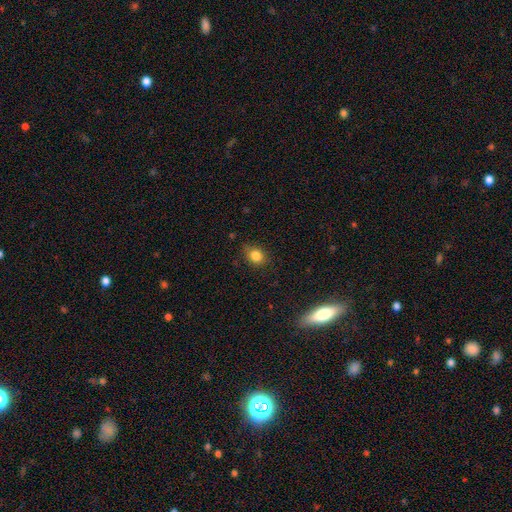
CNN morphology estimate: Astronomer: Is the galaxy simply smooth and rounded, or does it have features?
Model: smooth — 83%.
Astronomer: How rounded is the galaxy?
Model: round — 55% (runner-up: in between, 44%).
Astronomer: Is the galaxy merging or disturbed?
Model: none — 78%.